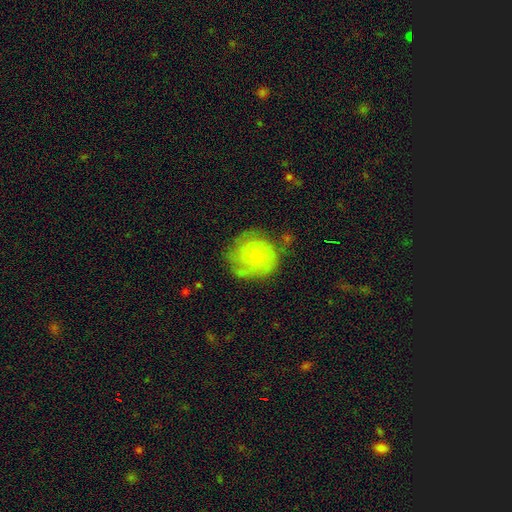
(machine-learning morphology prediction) Smooth or featured? Predicted: featured or disk (p=0.62). Edge-on disk? Predicted: no (p=0.98). Bar? Predicted: no (p=0.58). Spiral arms? Predicted: yes (p=0.85). Spiral winding? Predicted: tight (p=0.43). Spiral arm count? Predicted: 2 (p=0.37). Bulge size? Predicted: small (p=0.46). Merging? Predicted: none (p=0.58).